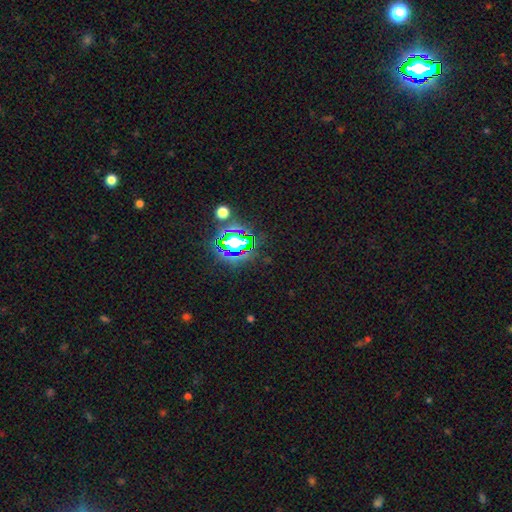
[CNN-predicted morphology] Overall: star or artifact (80%).